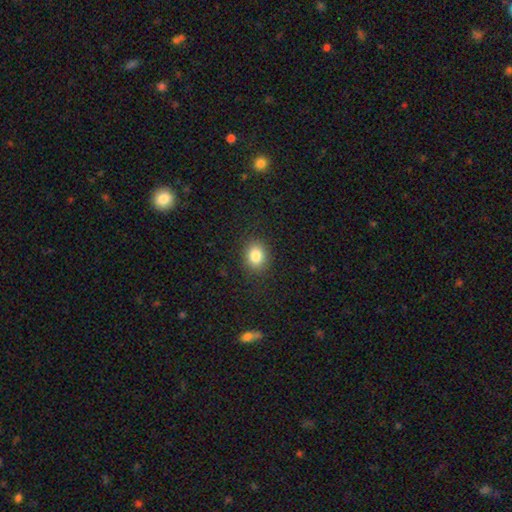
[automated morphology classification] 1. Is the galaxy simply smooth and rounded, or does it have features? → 83% smooth, 11% star or artifact, 6% featured or disk.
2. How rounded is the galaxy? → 58% round, 41% in between, 1% cigar-shaped.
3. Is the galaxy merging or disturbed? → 88% none, 8% minor disturbance, 3% major disturbance, 1% merger.